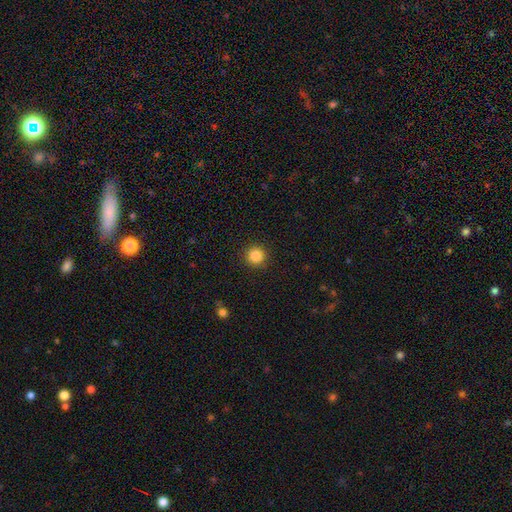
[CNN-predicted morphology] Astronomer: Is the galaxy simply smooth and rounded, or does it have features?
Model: smooth — 86%.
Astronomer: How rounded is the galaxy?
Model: round — 95%.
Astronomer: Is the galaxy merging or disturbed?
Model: none — 92%.